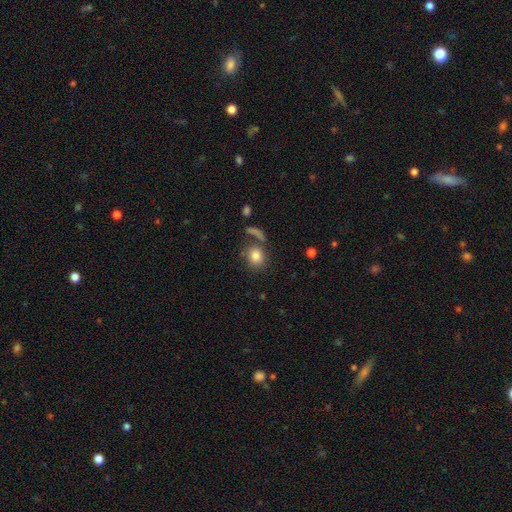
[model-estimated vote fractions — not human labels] Smooth or featured?
  - smooth: 82% *
  - featured or disk: 9%
  - star or artifact: 9%
How rounded?
  - round: 68% *
  - in between: 31%
  - cigar-shaped: 2%
Merging?
  - none: 62% *
  - merger: 16%
  - minor disturbance: 13%
  - major disturbance: 9%